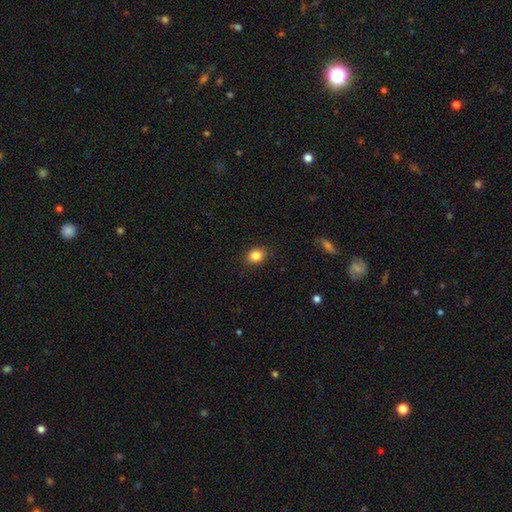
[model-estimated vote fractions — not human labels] smooth 84%, star or artifact 10%, featured or disk 5%. Down the decision tree: how rounded — round (62%); merging — none (89%).